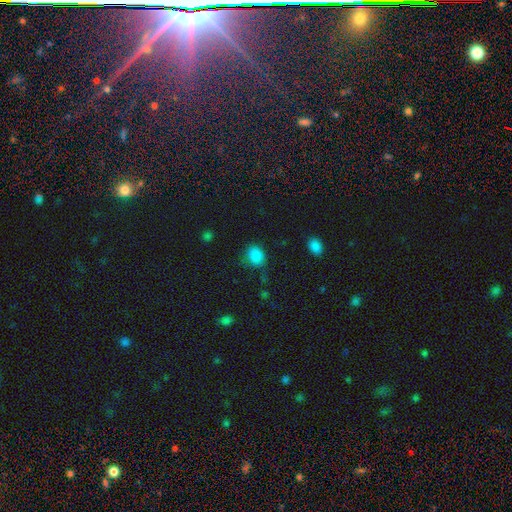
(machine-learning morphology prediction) Smooth or featured? Predicted: smooth (p=0.85). How rounded? Predicted: round (p=0.51). Merging? Predicted: none (p=0.68).